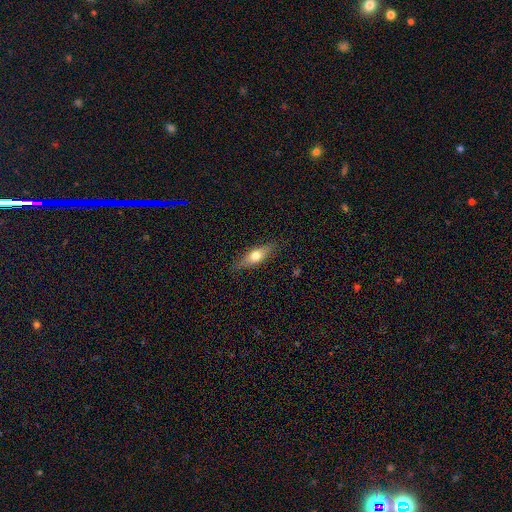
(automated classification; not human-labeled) This is possibly a smooth galaxy (57%). How rounded: possibly in between (53%). Merging: clearly none (84%).